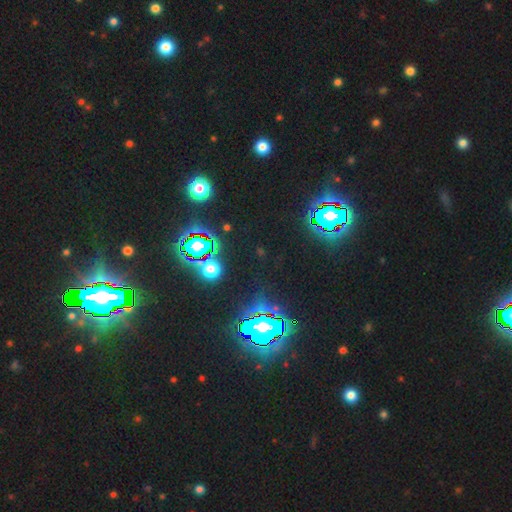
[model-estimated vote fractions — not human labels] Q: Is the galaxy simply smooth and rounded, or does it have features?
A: star or artifact — 85%.